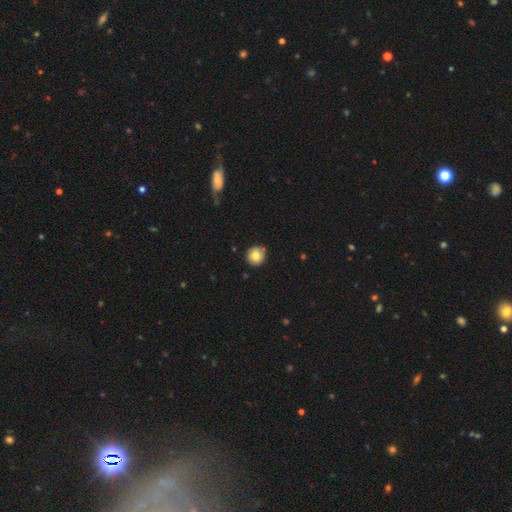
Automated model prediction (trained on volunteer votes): smooth_or_featured: smooth (p=0.79) [alt: featured or disk p=0.11]
how_rounded: round (p=0.95) [alt: in between p=0.04]
merging: none (p=0.87) [alt: minor disturbance p=0.09]